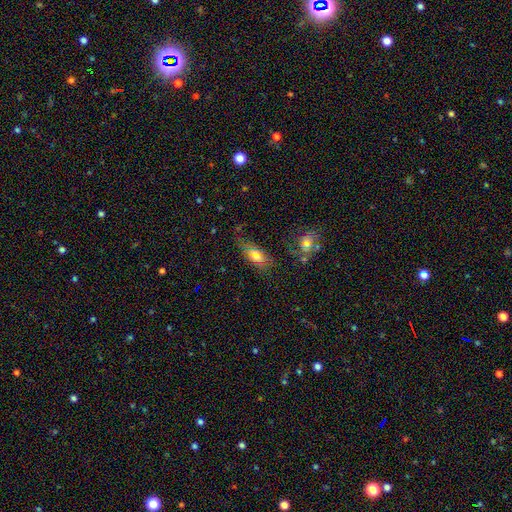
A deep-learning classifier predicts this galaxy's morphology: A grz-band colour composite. It shows a smooth galaxy with no disk features (60%) that is in between round and cigar-shaped (80%). Merging: none (62%).